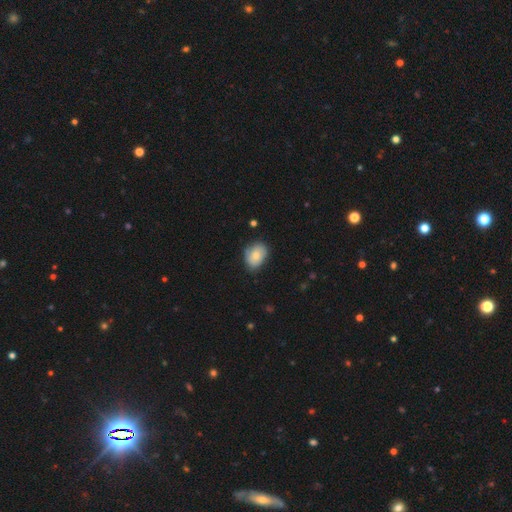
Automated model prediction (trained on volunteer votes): This appears to be a smooth galaxy with no disk features (74%) that is in between round and cigar-shaped (68%). Merging: none (71%).